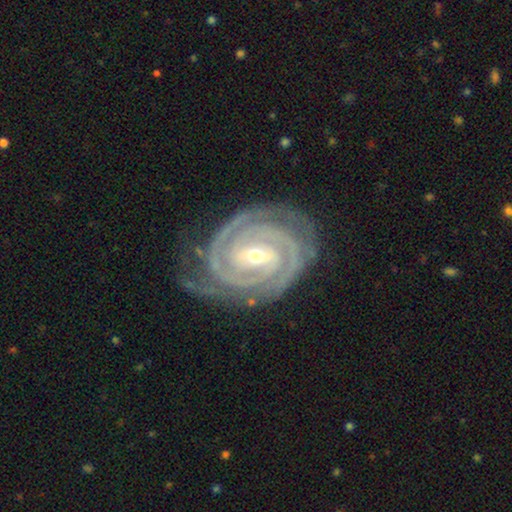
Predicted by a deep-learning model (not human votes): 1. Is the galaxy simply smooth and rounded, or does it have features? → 94% featured or disk, 4% star or artifact, 2% smooth.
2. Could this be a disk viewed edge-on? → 98% no, 2% yes.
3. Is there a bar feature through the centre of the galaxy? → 39% strong, 38% weak, 23% no.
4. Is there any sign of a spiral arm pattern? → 99% yes, 1% no.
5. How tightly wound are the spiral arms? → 86% tight, 12% medium, 1% loose.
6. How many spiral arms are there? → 59% 2, 20% 3, 7% 4, 6% can't tell, 4% more than 4, 4% 1.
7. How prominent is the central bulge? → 55% small, 43% moderate, 1% large, 1% none, 1% dominant.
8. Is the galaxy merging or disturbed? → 78% none, 16% minor disturbance, 4% major disturbance, 1% merger.